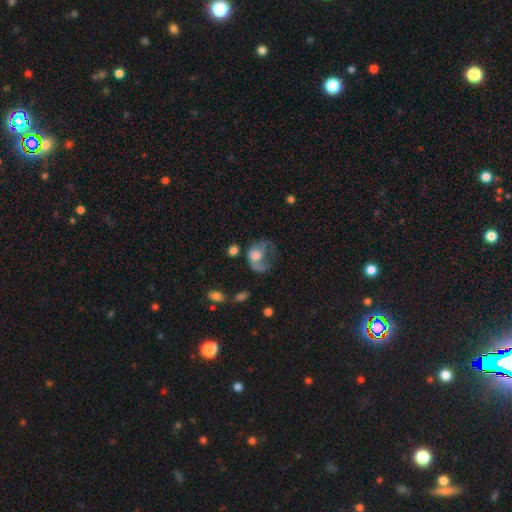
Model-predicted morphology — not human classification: smooth_or_featured: smooth (p=0.53) [alt: featured or disk p=0.38]
how_rounded: in between (p=0.57) [alt: round p=0.42]
merging: major disturbance (p=0.55) [alt: none p=0.20]